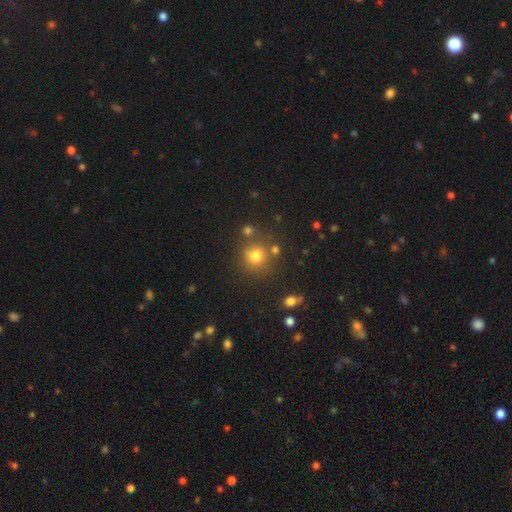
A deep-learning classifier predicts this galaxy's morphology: Smooth or featured?
  - smooth: 76% *
  - star or artifact: 15%
  - featured or disk: 8%
How rounded?
  - round: 90% *
  - in between: 9%
  - cigar-shaped: 1%
Merging?
  - none: 73% *
  - merger: 11%
  - minor disturbance: 11%
  - major disturbance: 4%